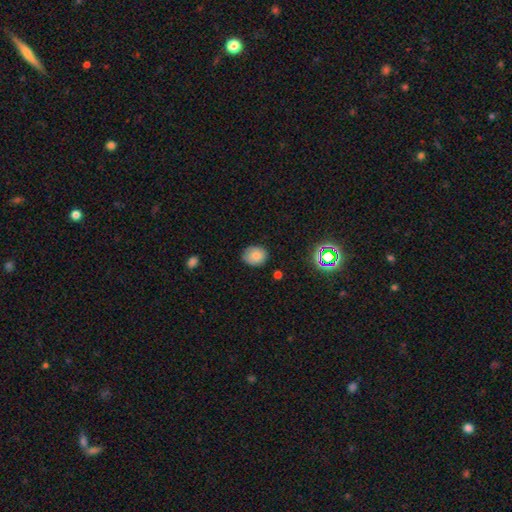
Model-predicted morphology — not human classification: Q: Smooth or featured?
A: smooth (77%); runner-up: star or artifact (12%)
Q: How rounded?
A: round (55%); runner-up: in between (44%)
Q: Merging?
A: none (75%); runner-up: minor disturbance (20%)